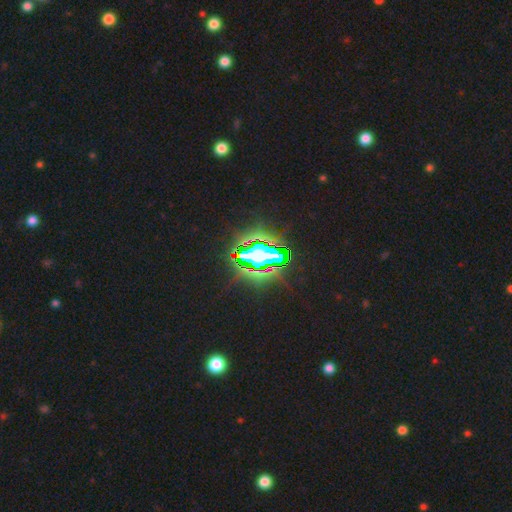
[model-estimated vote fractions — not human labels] Morphology: type=star or artifact (72%).